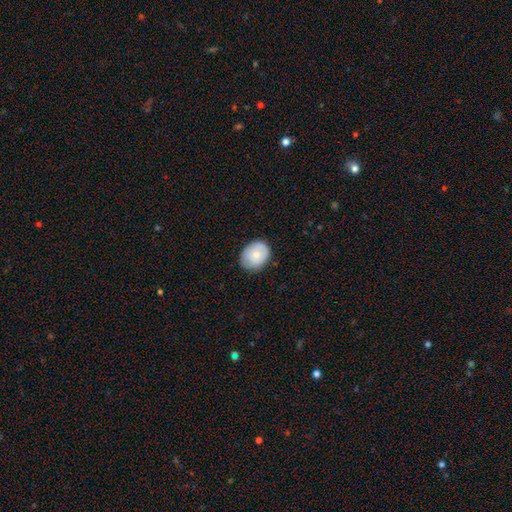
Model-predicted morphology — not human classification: A smooth galaxy with no disk features (74%) that is round (51%). Merging: none (76%).